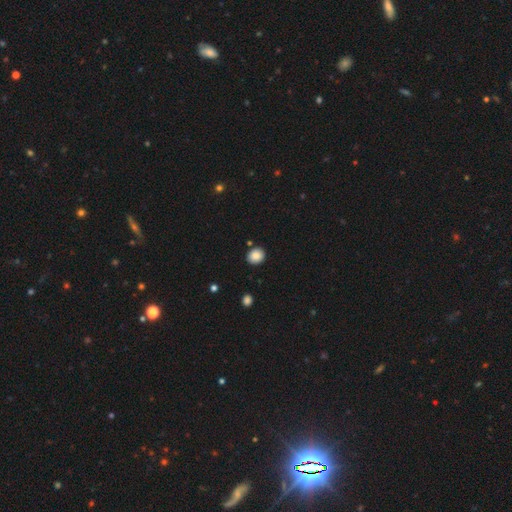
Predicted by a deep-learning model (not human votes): This is clearly a smooth galaxy (86%). How rounded: likely round (68%). Merging: clearly none (87%).